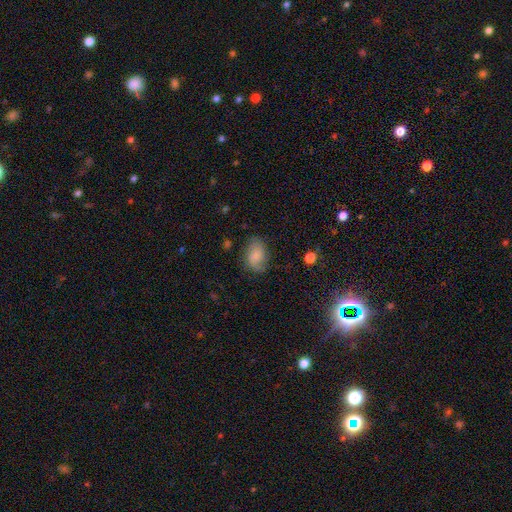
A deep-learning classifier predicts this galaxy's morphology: This appears to be a smooth galaxy with no disk features (69%) that is in between round and cigar-shaped (84%). Merging: none (65%).